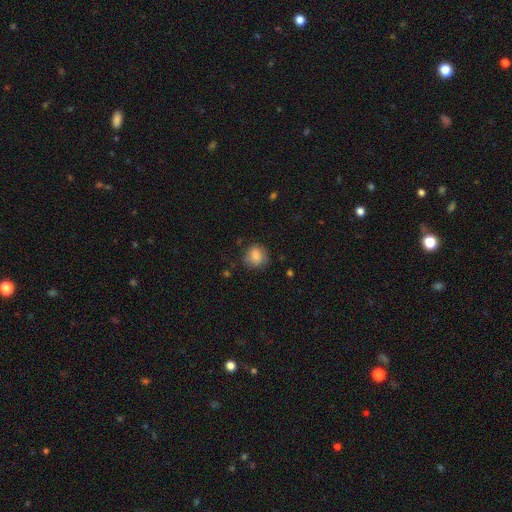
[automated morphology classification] Smooth or featured? smooth (83%)
How rounded? round (72%)
Merging? none (73%)